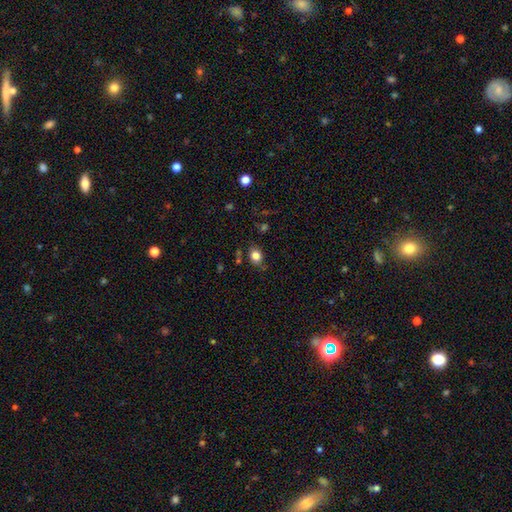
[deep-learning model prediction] smooth 82%, star or artifact 11%, featured or disk 7%. Down the decision tree: how rounded — in between (51%); merging — none (76%).